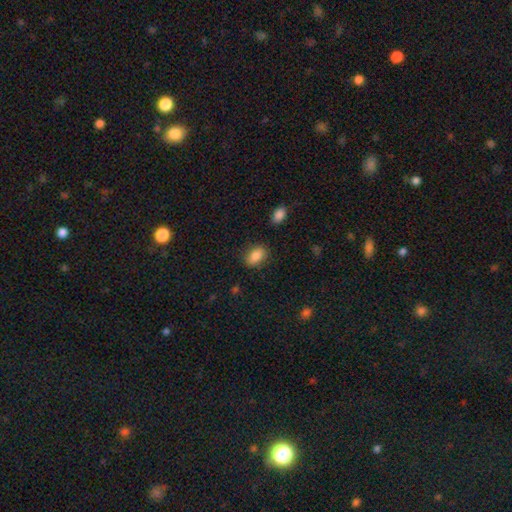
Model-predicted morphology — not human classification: type=smooth (86%); roundness=in between (87%); merging=none (83%).